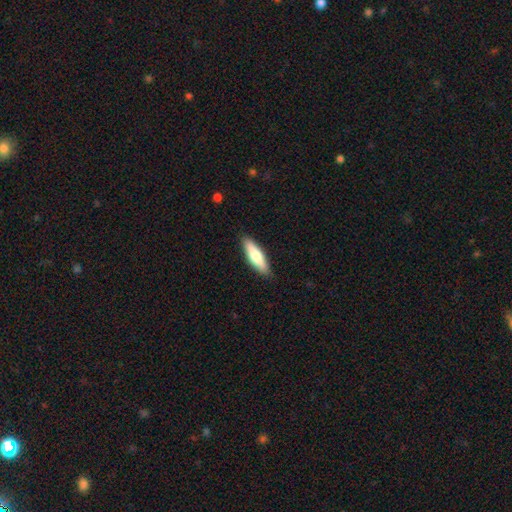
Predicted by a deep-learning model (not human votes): Overall: smooth (71%). How rounded: cigar-shaped (58%; in between 40%). Merging: none (88%).